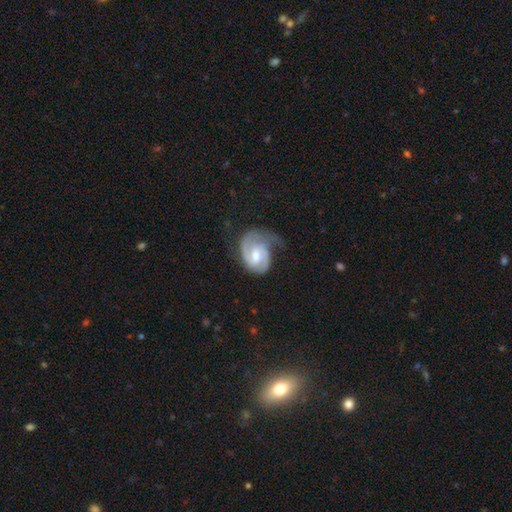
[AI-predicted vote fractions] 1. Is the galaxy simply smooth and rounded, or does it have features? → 79% featured or disk, 16% smooth, 5% star or artifact.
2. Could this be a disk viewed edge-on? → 98% no, 2% yes.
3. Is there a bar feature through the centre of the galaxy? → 46% no, 43% weak, 10% strong.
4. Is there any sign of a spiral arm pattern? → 93% yes, 7% no.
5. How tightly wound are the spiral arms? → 43% medium, 37% tight, 20% loose.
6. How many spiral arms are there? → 61% 2, 19% 1, 11% can't tell, 7% 3, 2% 4, 2% more than 4.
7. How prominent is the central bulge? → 66% moderate, 29% small, 4% large, 1% none, 1% dominant.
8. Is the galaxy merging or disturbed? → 35% none, 33% minor disturbance, 30% major disturbance, 2% merger.